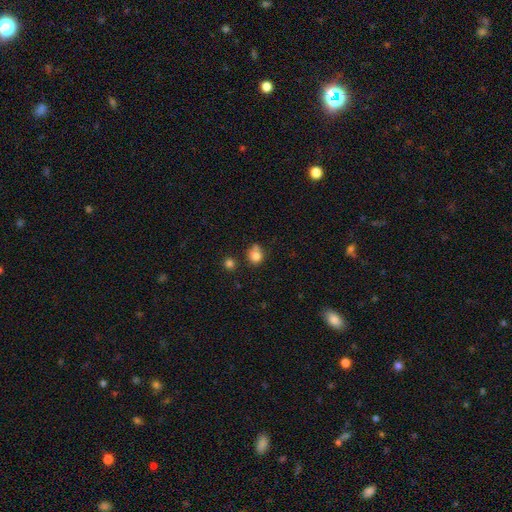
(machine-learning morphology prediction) Smooth or featured?
  - smooth: 80% *
  - star or artifact: 11%
  - featured or disk: 9%
How rounded?
  - round: 74% *
  - in between: 25%
  - cigar-shaped: 1%
Merging?
  - none: 49% *
  - minor disturbance: 23%
  - merger: 20%
  - major disturbance: 8%